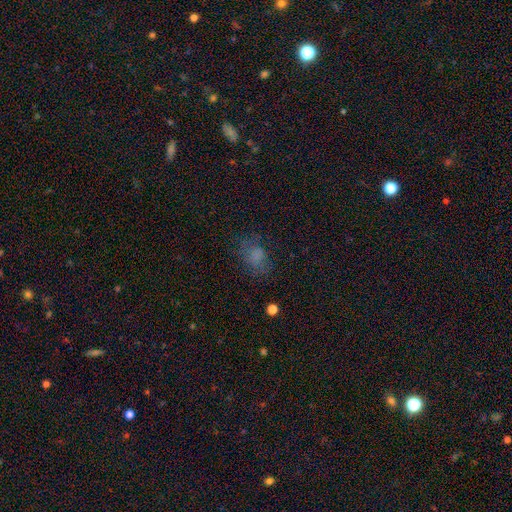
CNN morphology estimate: A smooth galaxy with no disk features (67%) that is in between round and cigar-shaped (66%).

Vote fractions:
- Smooth or featured? smooth: 67% / star or artifact: 18% / featured or disk: 15%
- How rounded? in between: 66% / round: 33% / cigar-shaped: 2%
- Merging? none: 63% / minor disturbance: 20% / major disturbance: 15% / merger: 2%